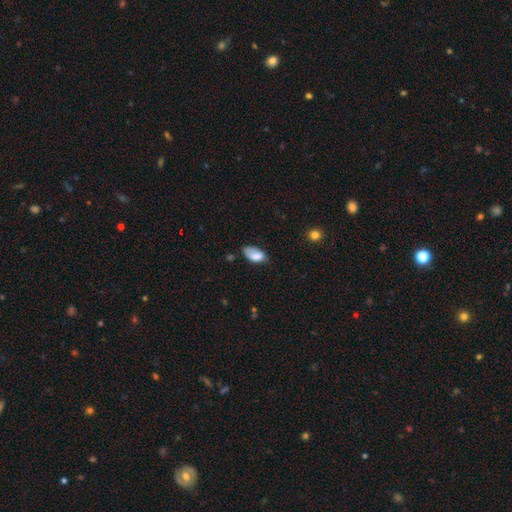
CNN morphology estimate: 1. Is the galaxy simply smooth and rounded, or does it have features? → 80% smooth, 13% featured or disk, 8% star or artifact.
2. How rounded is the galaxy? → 93% in between, 4% round, 3% cigar-shaped.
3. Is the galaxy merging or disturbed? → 47% none, 38% minor disturbance, 13% major disturbance, 3% merger.